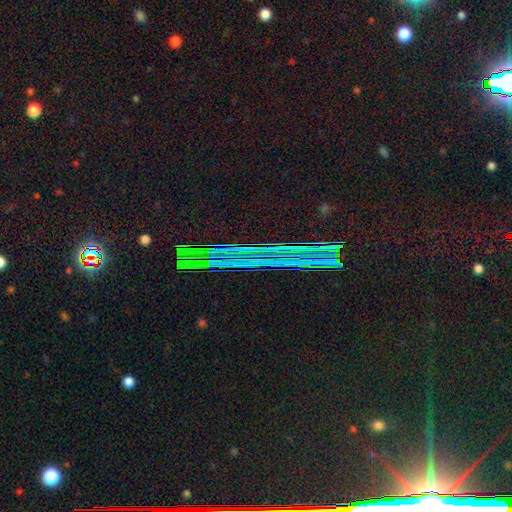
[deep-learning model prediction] Smooth or featured? star or artifact (80%)